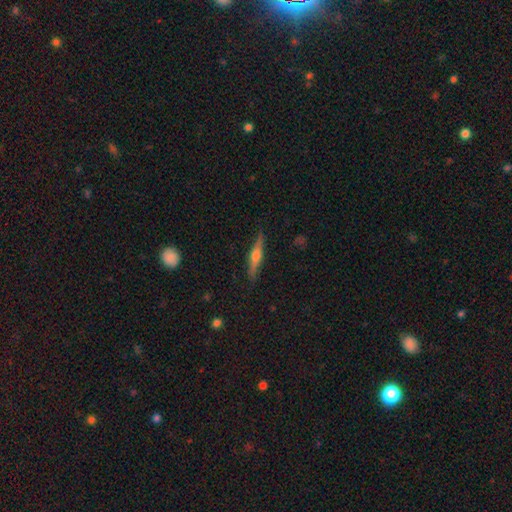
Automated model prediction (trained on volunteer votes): smooth_or_featured: featured or disk (p=0.68) [alt: smooth p=0.26]
disk_edge_on: yes (p=0.97) [alt: no p=0.03]
edge_on_bulge: rounded (p=0.87) [alt: boxy p=0.08]
merging: none (p=0.88) [alt: minor disturbance p=0.09]